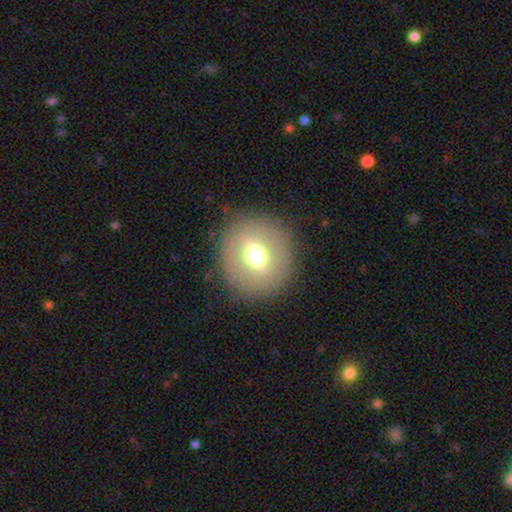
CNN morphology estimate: This appears to be a smooth galaxy with no disk features (59%) that is round (92%). Merging: none (88%).